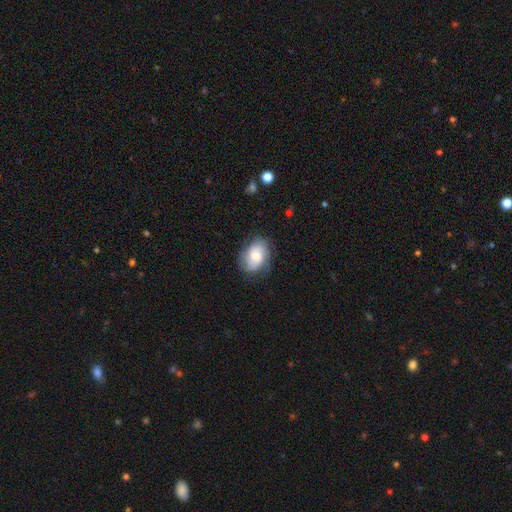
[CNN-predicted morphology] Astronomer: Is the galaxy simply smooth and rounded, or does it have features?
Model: smooth — 54% (runner-up: featured or disk, 38%).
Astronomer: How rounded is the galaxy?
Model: in between — 77%.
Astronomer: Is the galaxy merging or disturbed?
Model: none — 73%.